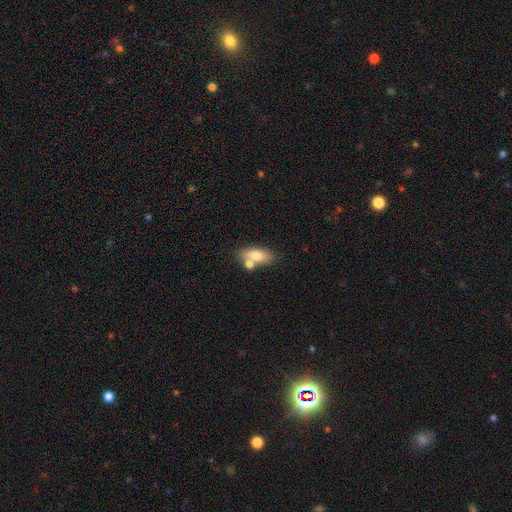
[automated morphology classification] smooth 74%, featured or disk 18%, star or artifact 8%. Down the decision tree: how rounded — in between (77%); merging — none (58%).